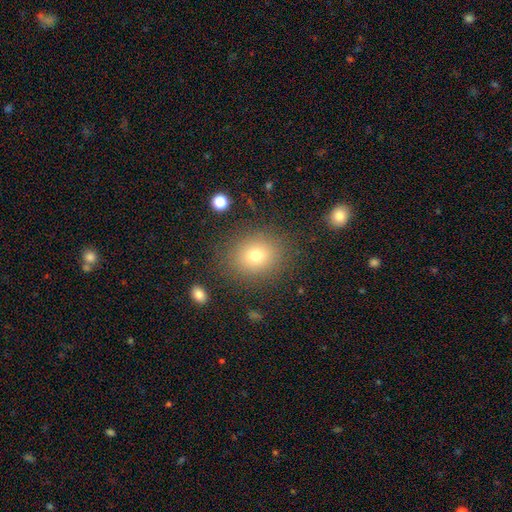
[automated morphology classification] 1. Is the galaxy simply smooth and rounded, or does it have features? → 74% smooth, 15% star or artifact, 11% featured or disk.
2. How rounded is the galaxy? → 67% round, 32% in between, 1% cigar-shaped.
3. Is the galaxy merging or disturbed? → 85% none, 9% minor disturbance, 4% major disturbance, 2% merger.